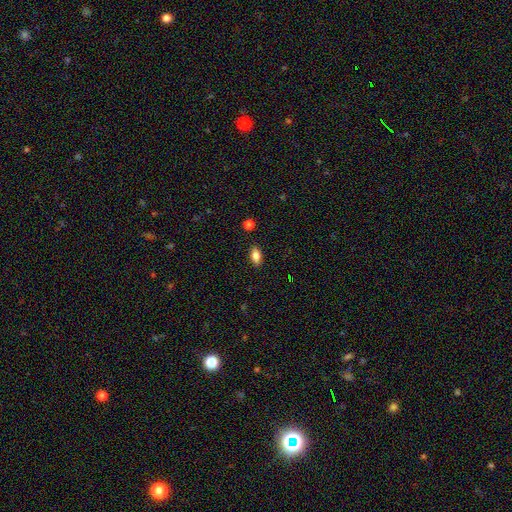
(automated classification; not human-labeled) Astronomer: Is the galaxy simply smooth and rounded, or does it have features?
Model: smooth — 82%.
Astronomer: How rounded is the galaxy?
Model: in between — 88%.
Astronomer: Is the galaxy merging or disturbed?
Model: none — 88%.